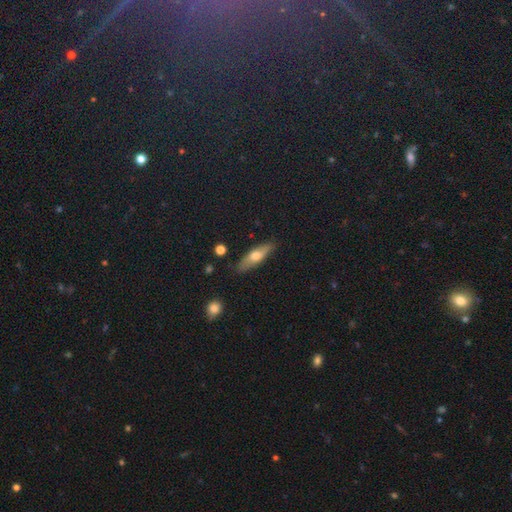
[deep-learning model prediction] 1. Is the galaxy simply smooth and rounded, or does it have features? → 56% smooth, 37% featured or disk, 6% star or artifact.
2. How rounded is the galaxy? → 55% cigar-shaped, 42% in between, 3% round.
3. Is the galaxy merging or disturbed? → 85% none, 11% minor disturbance, 2% major disturbance, 2% merger.